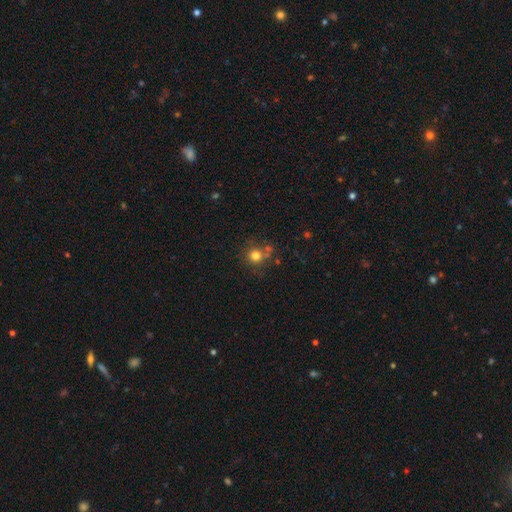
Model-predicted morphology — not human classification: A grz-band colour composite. It shows a smooth galaxy with no disk features (77%) that is round (91%). Merging: none (65%).